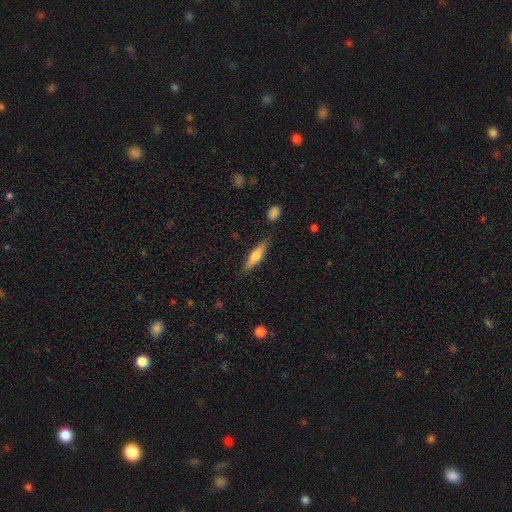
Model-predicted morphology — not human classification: The model was most divided on "smooth or featured": smooth: 58%, featured or disk: 36%, star or artifact: 6%. More confident: merging — none (82%); how rounded — cigar-shaped (74%).